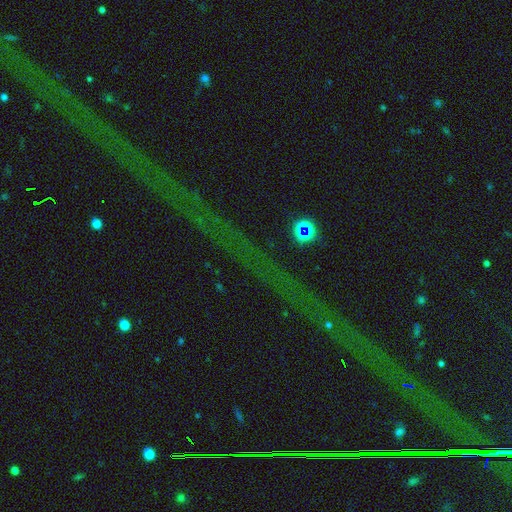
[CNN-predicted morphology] A star or artifact, not a galaxy (84%).